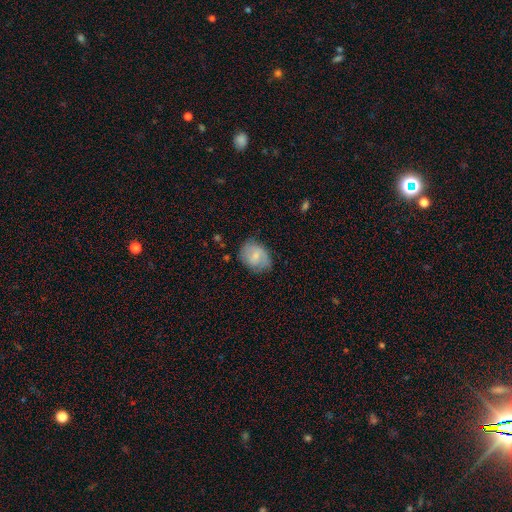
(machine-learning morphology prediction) smooth-or-featured: smooth: 55% | featured or disk: 37% | star or artifact: 7%
  how-rounded: in between: 58% | round: 41% | cigar-shaped: 1%
  merging: none: 68% | minor disturbance: 24% | major disturbance: 7% | merger: 2%